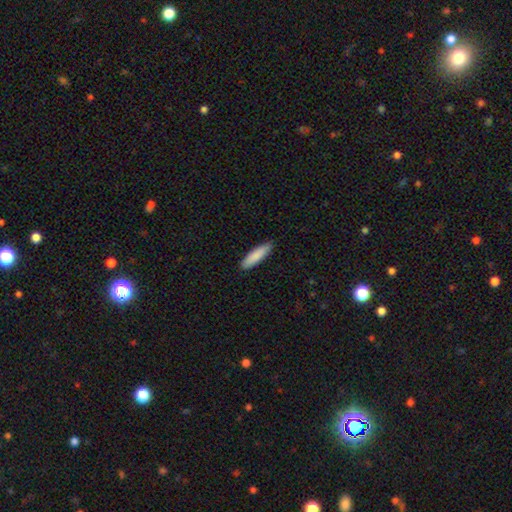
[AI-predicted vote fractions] Smooth or featured? Predicted: smooth (p=0.87). How rounded? Predicted: cigar-shaped (p=0.72). Merging? Predicted: none (p=0.89).